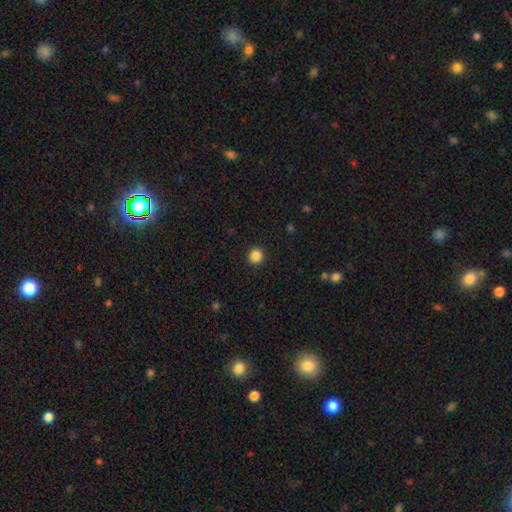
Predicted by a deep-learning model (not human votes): Morphology: type=smooth (86%); roundness=round (93%); merging=none (92%).